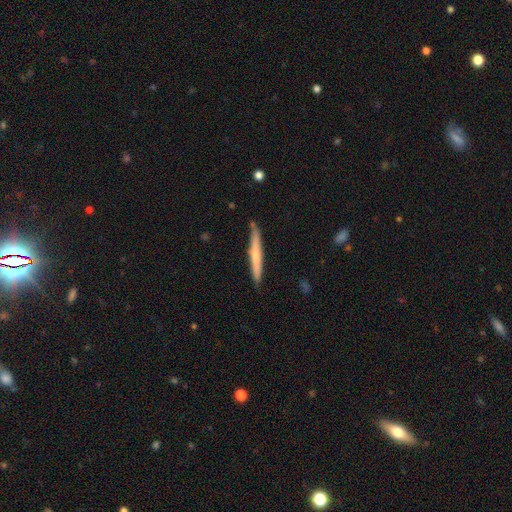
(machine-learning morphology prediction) A smooth galaxy with no disk features (55%) that is cigar-shaped (96%).

Vote fractions:
- Smooth or featured? smooth: 55% / featured or disk: 40% / star or artifact: 5%
- How rounded? cigar-shaped: 96% / in between: 3% / round: 1%
- Merging? none: 84% / minor disturbance: 12% / merger: 2% / major disturbance: 2%